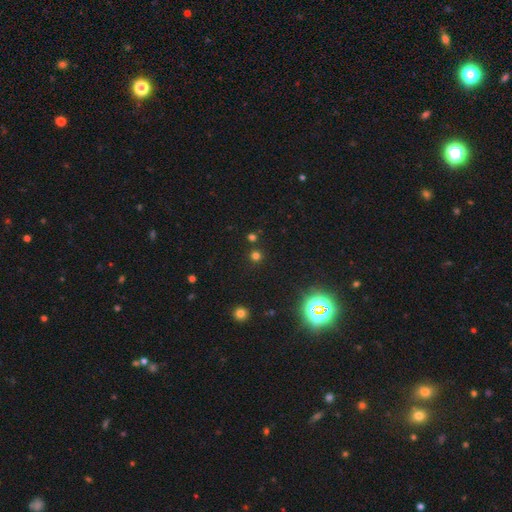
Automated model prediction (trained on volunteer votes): This appears to be a smooth galaxy with no disk features (64%) that is round (94%). Merging: none (85%).